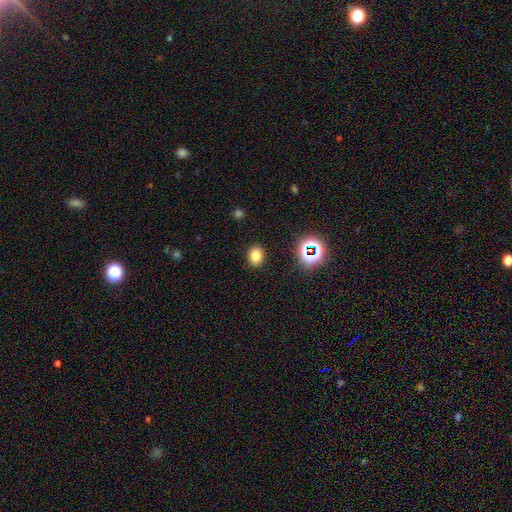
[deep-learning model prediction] A smooth galaxy with no disk features (77%) that is in between round and cigar-shaped (57%). Merging: none (89%).